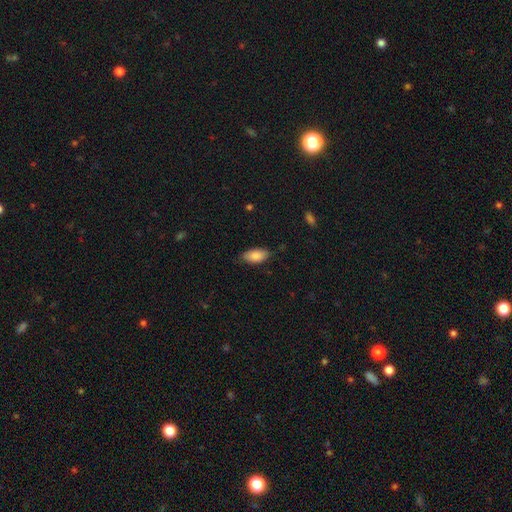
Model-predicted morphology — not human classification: Smooth or featured? smooth (86%)
How rounded? in between (91%)
Merging? none (78%)